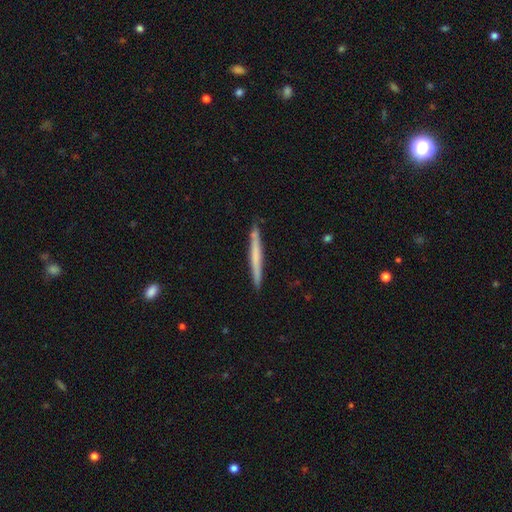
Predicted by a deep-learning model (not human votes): smooth_or_featured: smooth (p=0.53) [alt: featured or disk p=0.41]
how_rounded: cigar-shaped (p=0.97) [alt: in between p=0.02]
merging: none (p=0.86) [alt: minor disturbance p=0.10]